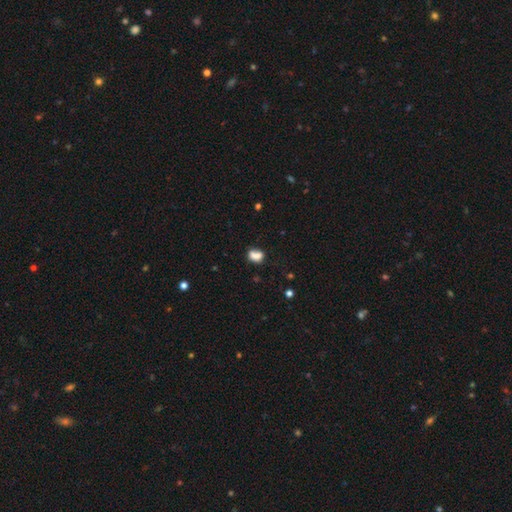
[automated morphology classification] smooth-or-featured: smooth: 75% | featured or disk: 13% | star or artifact: 12%
  how-rounded: in between: 65% | round: 33% | cigar-shaped: 2%
  merging: none: 38% | merger: 31% | minor disturbance: 20% | major disturbance: 11%